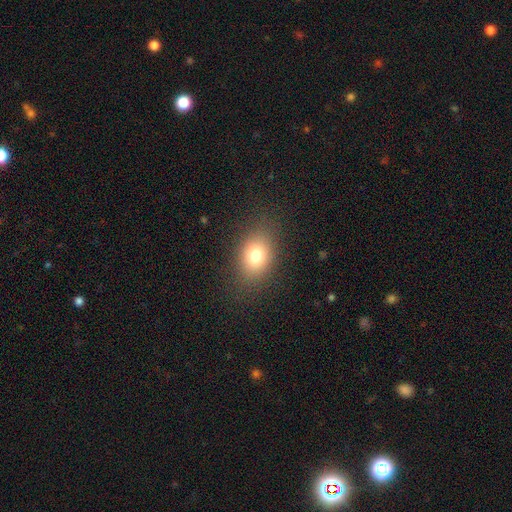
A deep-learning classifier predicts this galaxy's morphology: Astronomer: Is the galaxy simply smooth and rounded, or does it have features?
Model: smooth — 77%.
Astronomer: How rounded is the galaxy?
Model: in between — 70%.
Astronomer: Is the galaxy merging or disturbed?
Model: none — 83%.